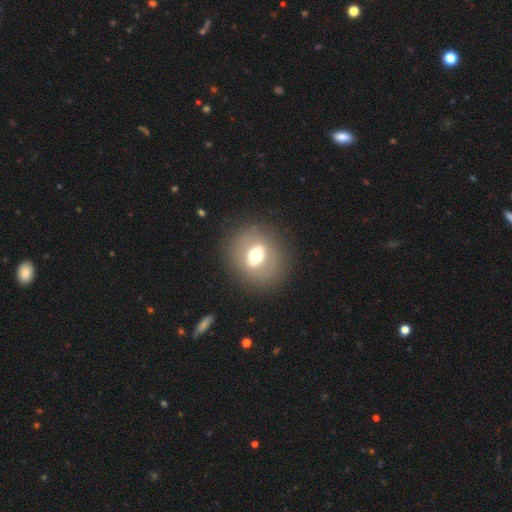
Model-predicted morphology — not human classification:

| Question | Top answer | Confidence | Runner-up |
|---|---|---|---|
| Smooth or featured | smooth | 54% | featured or disk (33%) |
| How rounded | round | 66% | in between (32%) |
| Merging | none | 85% | minor disturbance (9%) |